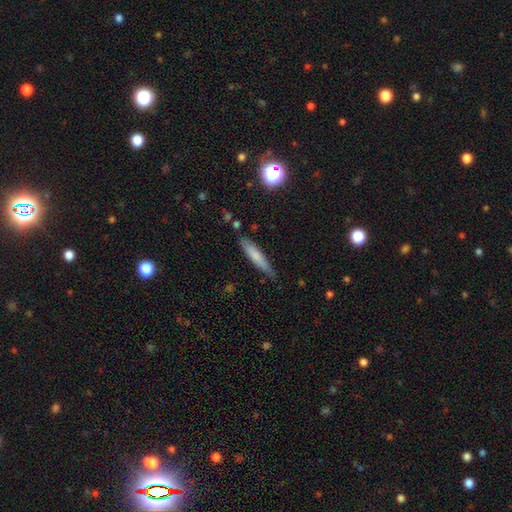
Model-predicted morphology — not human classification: smooth_or_featured: smooth (p=0.71) [alt: featured or disk p=0.23]
how_rounded: cigar-shaped (p=0.88) [alt: in between p=0.11]
merging: none (p=0.79) [alt: minor disturbance p=0.16]